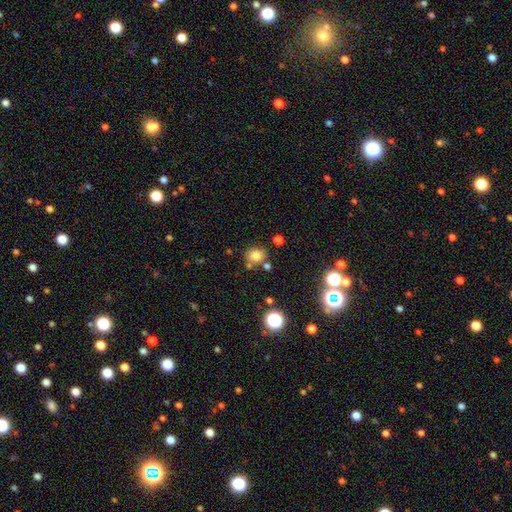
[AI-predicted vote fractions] smooth 77%, star or artifact 15%, featured or disk 8%. Down the decision tree: how rounded — round (71%); merging — none (74%).